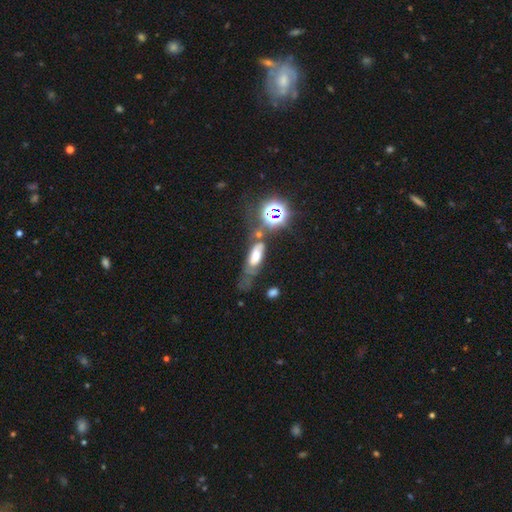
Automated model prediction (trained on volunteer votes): This appears to be a smooth galaxy with no disk features (49%). Merging: none (37%).